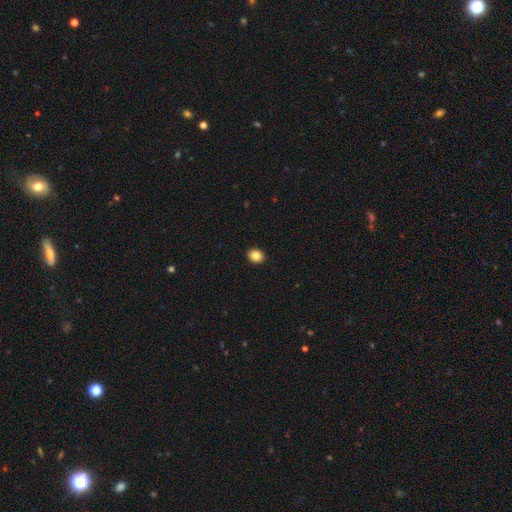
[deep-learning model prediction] A smooth galaxy with no disk features (86%) that is round (57%).

Vote fractions:
- Smooth or featured? smooth: 86% / star or artifact: 9% / featured or disk: 5%
- How rounded? round: 57% / in between: 42% / cigar-shaped: 1%
- Merging? none: 93% / minor disturbance: 5% / major disturbance: 1% / merger: 1%